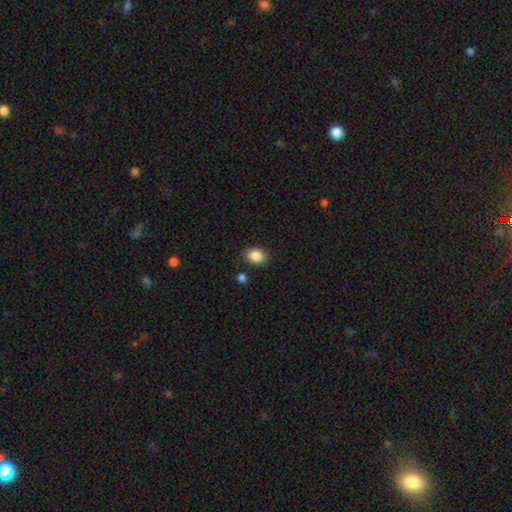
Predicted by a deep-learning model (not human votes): smooth 86%, star or artifact 9%, featured or disk 5%. Down the decision tree: how rounded — in between (53%); merging — none (84%).